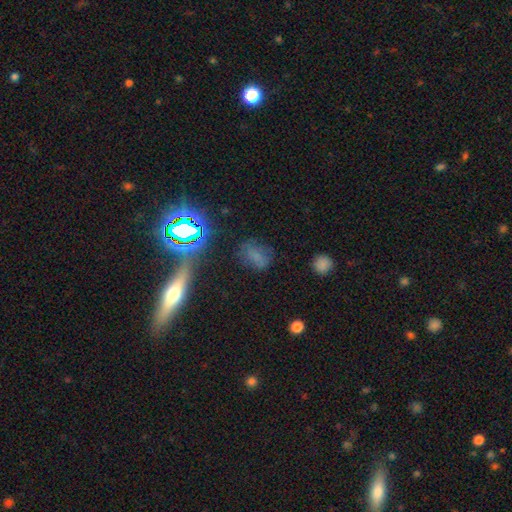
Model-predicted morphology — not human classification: Q: Smooth or featured?
A: smooth (56%); runner-up: star or artifact (29%)
Q: How rounded?
A: in between (73%); runner-up: round (21%)
Q: Merging?
A: none (64%); runner-up: minor disturbance (20%)